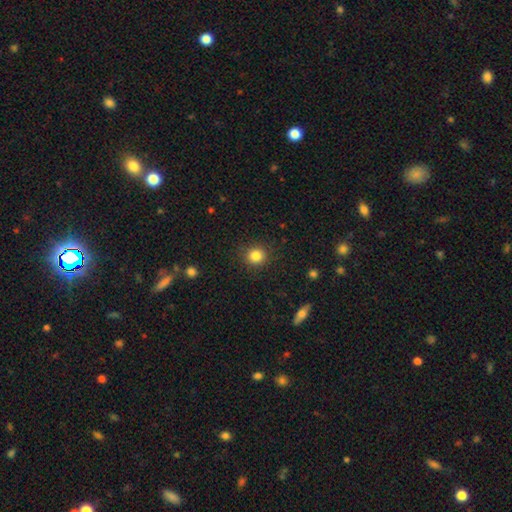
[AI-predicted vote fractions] Smooth or featured? smooth (84%)
How rounded? round (89%)
Merging? none (88%)